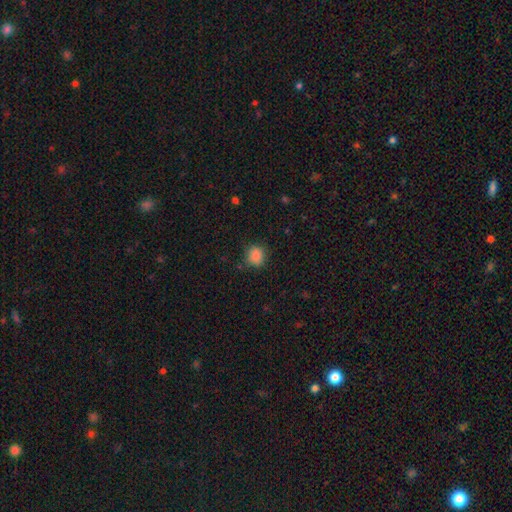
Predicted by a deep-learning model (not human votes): The model was most divided on "how rounded": round: 73%, in between: 26%, cigar-shaped: 1%. More confident: smooth or featured — smooth (86%); merging — none (81%).